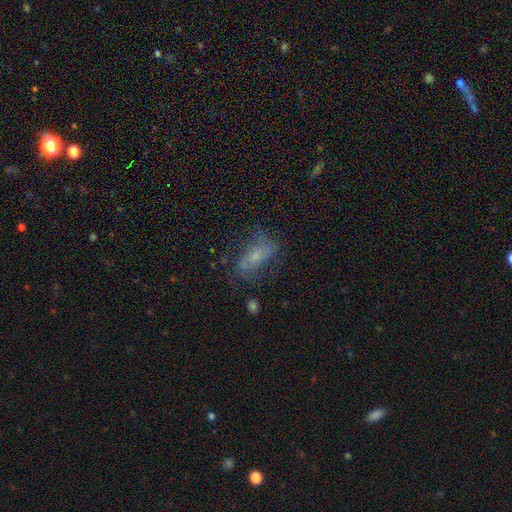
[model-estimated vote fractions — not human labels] Overall: smooth (46%; featured or disk 40%). Merging: none (57%; minor disturbance 23%).